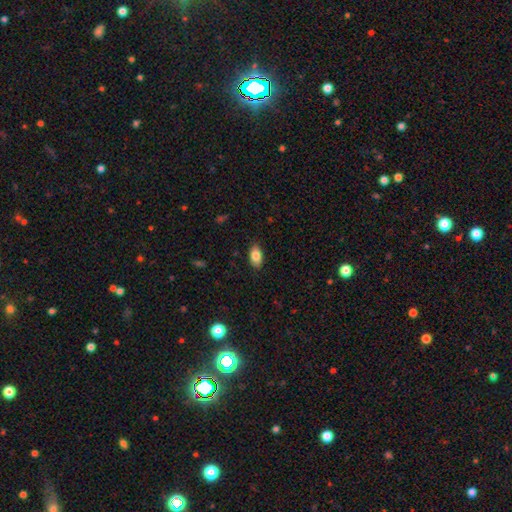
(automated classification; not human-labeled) Q: Smooth or featured?
A: smooth (85%); runner-up: featured or disk (8%)
Q: How rounded?
A: in between (92%); runner-up: round (4%)
Q: Merging?
A: none (87%); runner-up: minor disturbance (10%)